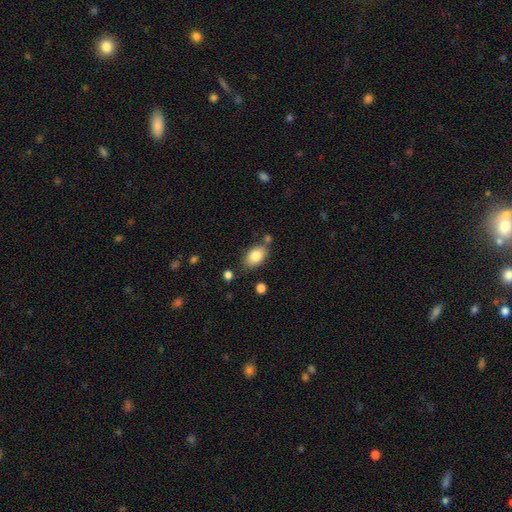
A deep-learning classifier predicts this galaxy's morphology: Smooth or featured?
  - smooth: 82% *
  - featured or disk: 10%
  - star or artifact: 8%
How rounded?
  - in between: 88% *
  - round: 10%
  - cigar-shaped: 2%
Merging?
  - none: 73% *
  - minor disturbance: 15%
  - merger: 8%
  - major disturbance: 4%